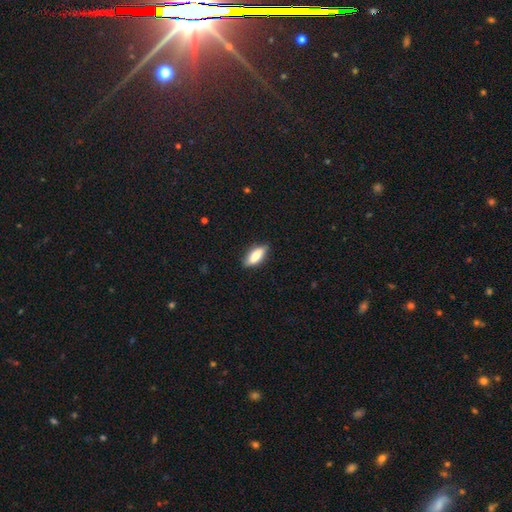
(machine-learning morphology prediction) Smooth or featured? Predicted: smooth (p=0.73). How rounded? Predicted: in between (p=0.74). Merging? Predicted: none (p=0.81).